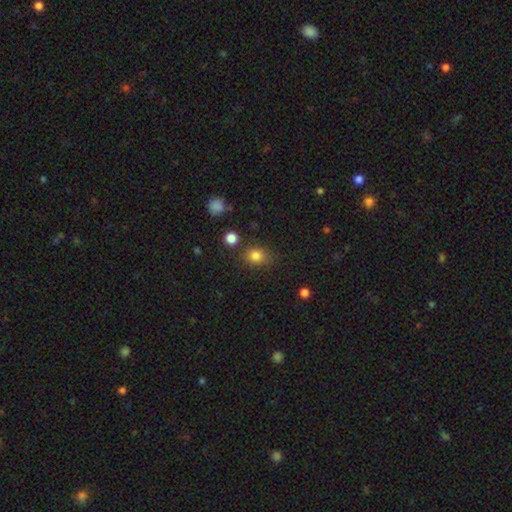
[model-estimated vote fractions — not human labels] A smooth galaxy with no disk features (82%) that is round (63%).

Vote fractions:
- Smooth or featured? smooth: 82% / star or artifact: 12% / featured or disk: 6%
- How rounded? round: 63% / in between: 36% / cigar-shaped: 1%
- Merging? none: 76% / minor disturbance: 14% / merger: 5% / major disturbance: 5%